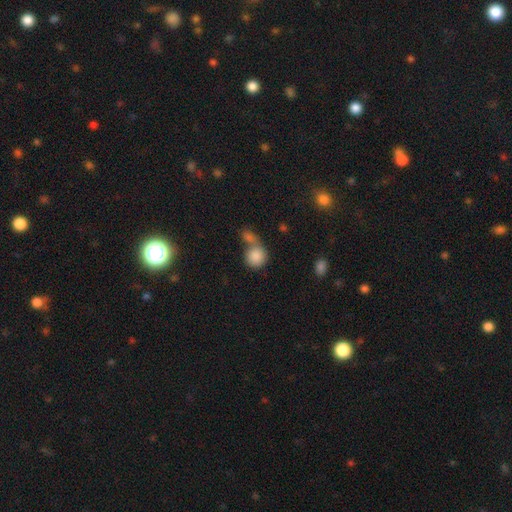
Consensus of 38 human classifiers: Morphology: type=smooth (97%); roundness=round (97%); merging=none (70%).